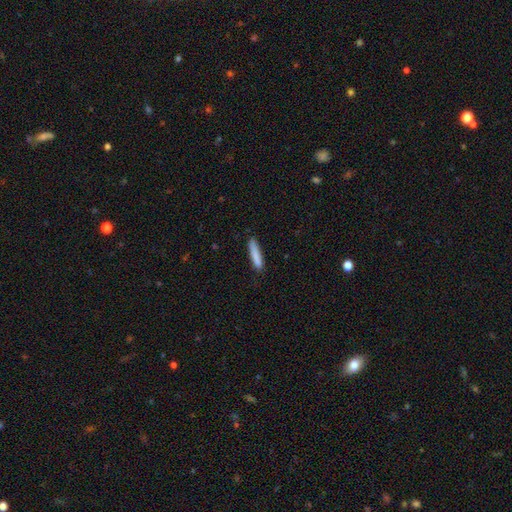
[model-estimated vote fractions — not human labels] Smooth or featured? smooth (85%)
How rounded? cigar-shaped (89%)
Merging? none (84%)